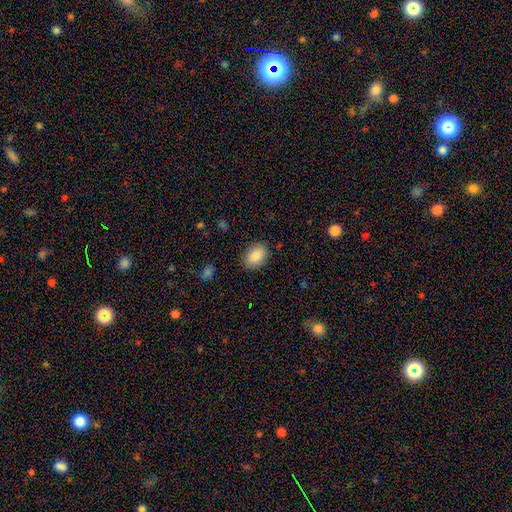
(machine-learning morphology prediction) A smooth galaxy with no disk features (87%) that is in between round and cigar-shaped (79%).

Vote fractions:
- Smooth or featured? smooth: 87% / star or artifact: 7% / featured or disk: 6%
- How rounded? in between: 79% / round: 20% / cigar-shaped: 1%
- Merging? none: 86% / minor disturbance: 10% / major disturbance: 3% / merger: 1%